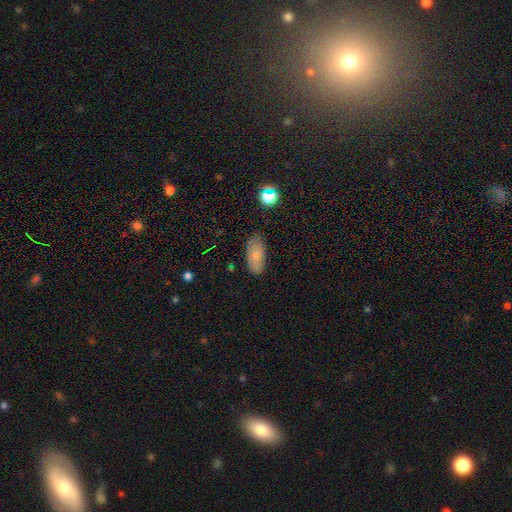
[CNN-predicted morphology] smooth-or-featured: smooth: 77% | featured or disk: 14% | star or artifact: 9%
  how-rounded: in between: 90% | cigar-shaped: 7% | round: 3%
  merging: none: 76% | minor disturbance: 18% | major disturbance: 4% | merger: 2%